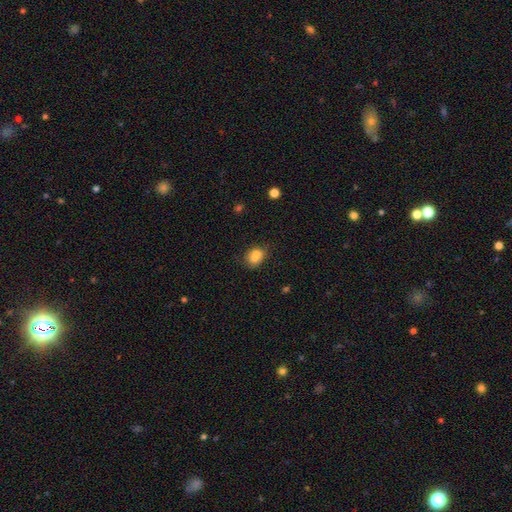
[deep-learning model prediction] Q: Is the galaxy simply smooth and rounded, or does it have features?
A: smooth — 77%.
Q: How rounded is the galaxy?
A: in between — 55%.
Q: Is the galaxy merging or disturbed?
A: none — 44%.